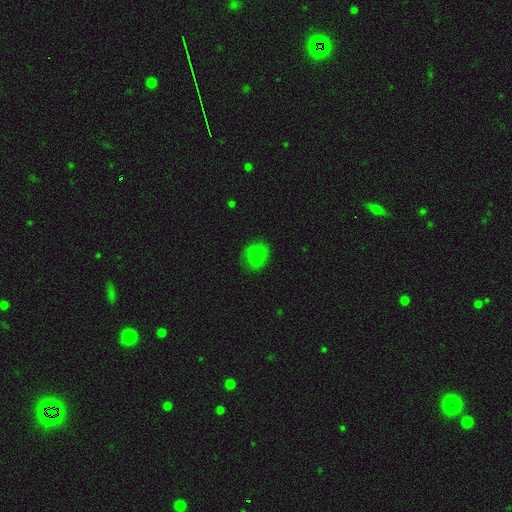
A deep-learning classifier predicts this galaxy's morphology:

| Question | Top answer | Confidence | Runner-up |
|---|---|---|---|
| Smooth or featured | smooth | 71% | featured or disk (17%) |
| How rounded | round | 55% | in between (44%) |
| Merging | none | 71% | minor disturbance (21%) |